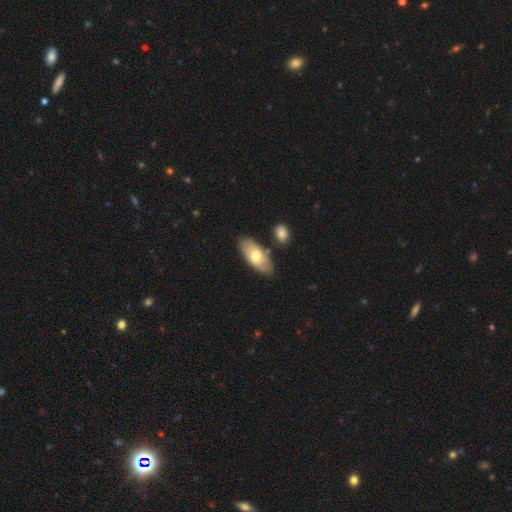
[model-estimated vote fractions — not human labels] Q: Smooth or featured?
A: smooth (66%); runner-up: featured or disk (28%)
Q: How rounded?
A: in between (88%); runner-up: cigar-shaped (9%)
Q: Merging?
A: none (79%); runner-up: minor disturbance (13%)